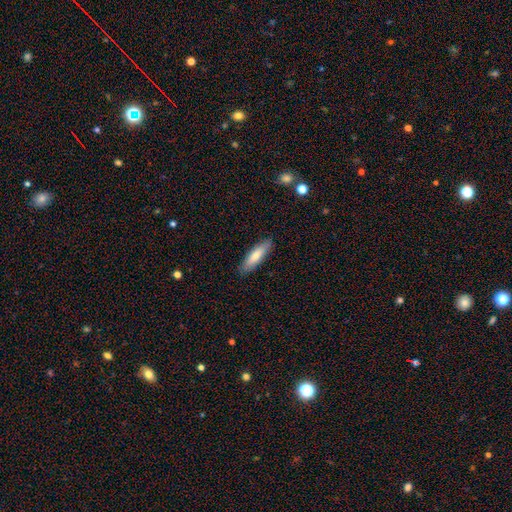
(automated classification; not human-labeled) Smooth or featured: smooth — 74% (featured or disk — 20%)
How rounded: cigar-shaped — 62% (in between — 37%)
Merging: none — 88% (minor disturbance — 9%)